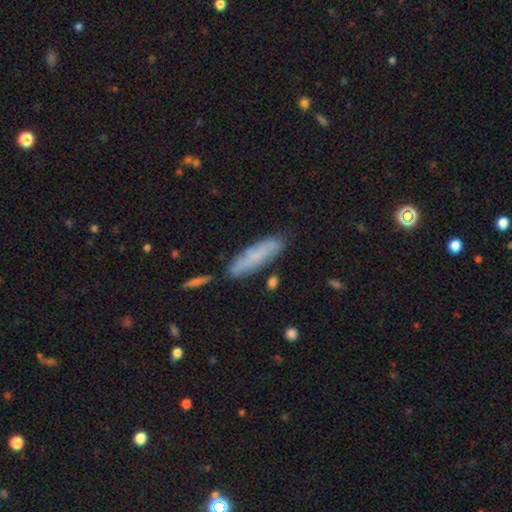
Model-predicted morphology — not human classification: smooth_or_featured: smooth (p=0.68) [alt: featured or disk p=0.24]
how_rounded: cigar-shaped (p=0.70) [alt: in between p=0.28]
merging: none (p=0.76) [alt: minor disturbance p=0.16]